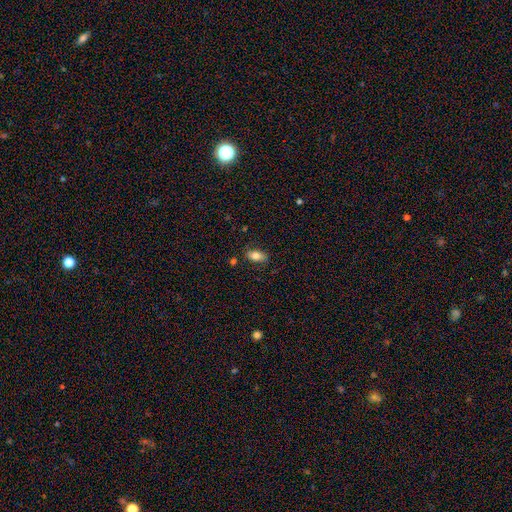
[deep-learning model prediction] Smooth or featured? Predicted: smooth (p=0.79). How rounded? Predicted: in between (p=0.90). Merging? Predicted: none (p=0.81).